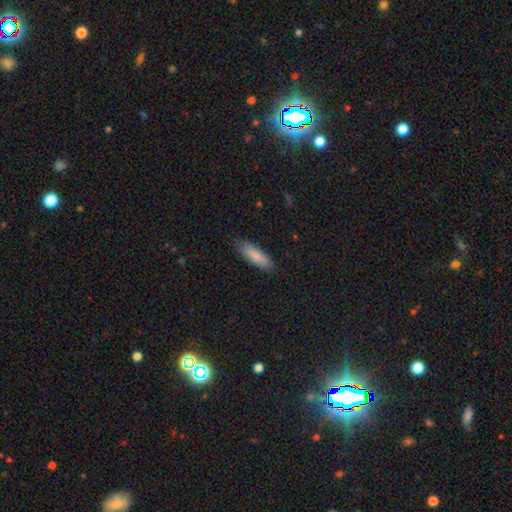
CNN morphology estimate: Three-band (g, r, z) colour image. It shows a smooth galaxy with no disk features (84%) that is cigar-shaped (53%). Merging: none (83%).